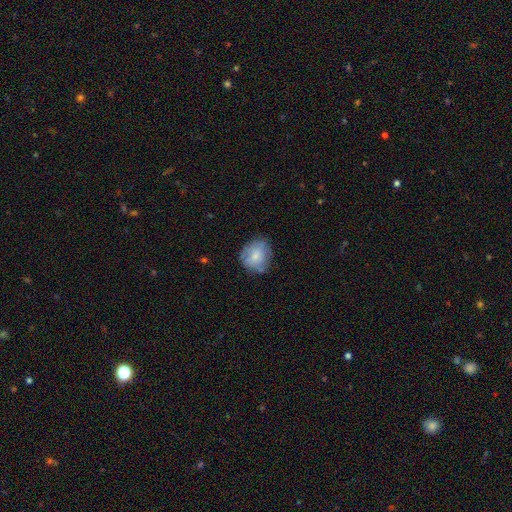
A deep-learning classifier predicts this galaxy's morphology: Q: Smooth or featured?
A: smooth (73%); runner-up: featured or disk (19%)
Q: How rounded?
A: round (73%); runner-up: in between (26%)
Q: Merging?
A: none (69%); runner-up: minor disturbance (22%)